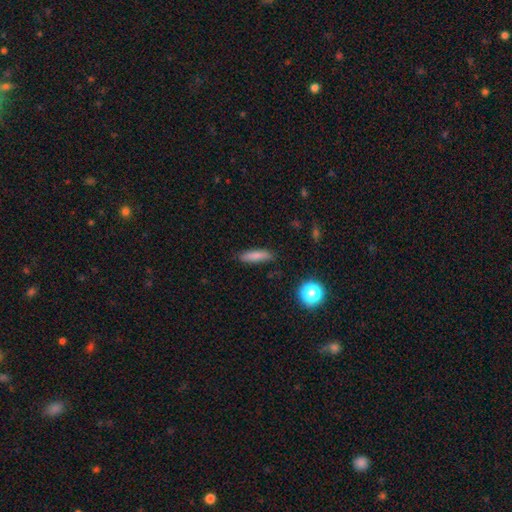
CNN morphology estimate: smooth_or_featured: smooth (p=0.81) [alt: star or artifact p=0.10]
how_rounded: cigar-shaped (p=0.65) [alt: in between p=0.32]
merging: none (p=0.84) [alt: minor disturbance p=0.12]